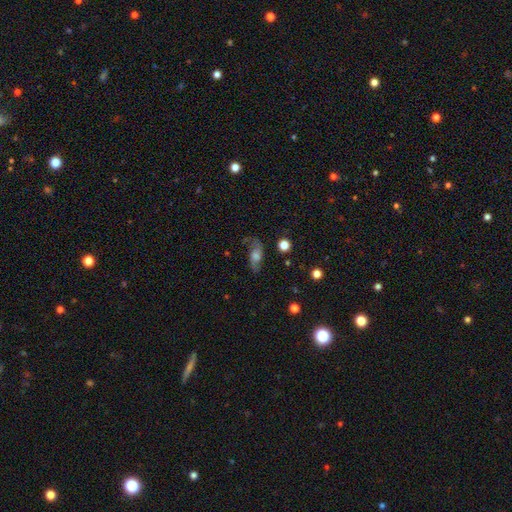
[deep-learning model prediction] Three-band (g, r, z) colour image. It shows a featured or disk galaxy (57%). Merging: none (69%).